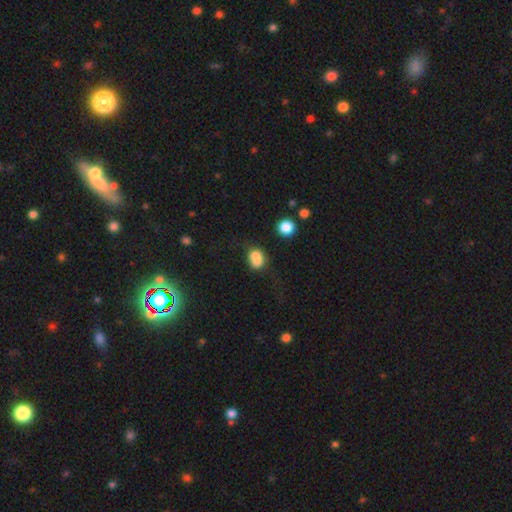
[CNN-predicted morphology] Q: Smooth or featured?
A: smooth (76%); runner-up: featured or disk (12%)
Q: How rounded?
A: in between (55%); runner-up: round (44%)
Q: Merging?
A: none (39%); runner-up: merger (37%)